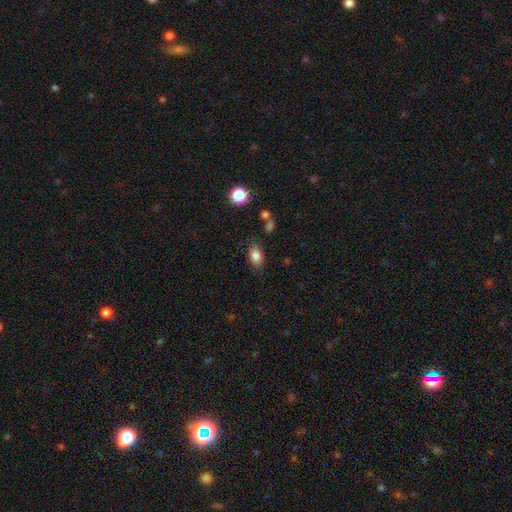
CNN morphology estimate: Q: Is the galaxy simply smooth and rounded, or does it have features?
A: smooth — 80%.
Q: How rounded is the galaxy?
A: in between — 86%.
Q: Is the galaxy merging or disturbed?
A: none — 80%.